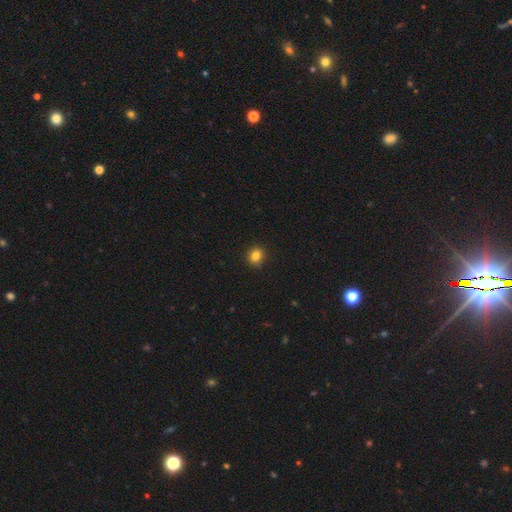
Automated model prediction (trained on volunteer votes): Overall: smooth (85%). How rounded: round (73%). Merging: none (90%).